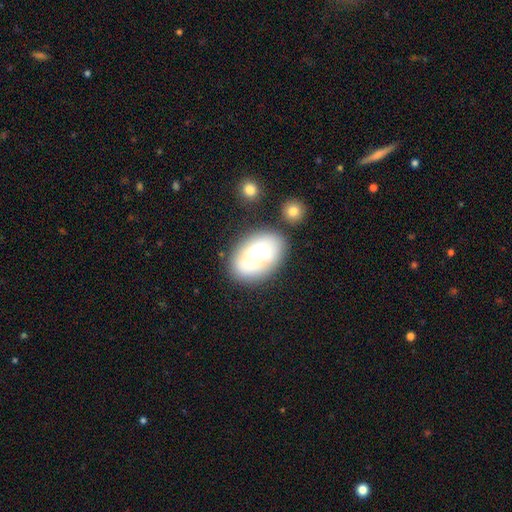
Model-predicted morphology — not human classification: A smooth galaxy with no disk features (64%) that is in between round and cigar-shaped (86%). Merging: none (65%).